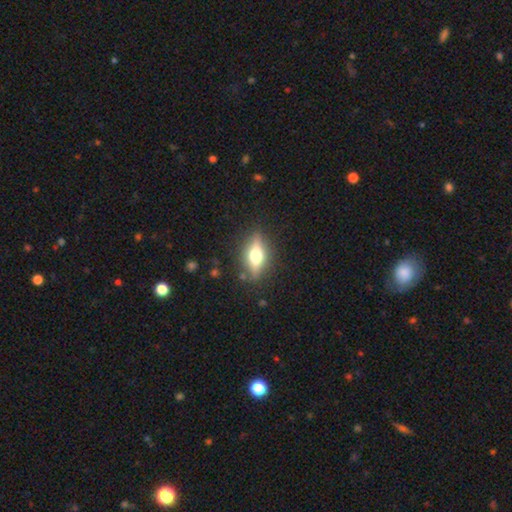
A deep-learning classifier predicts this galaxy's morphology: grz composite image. It shows a featured or disk galaxy (52%) viewed edge-on (86%). Merging: none (85%).